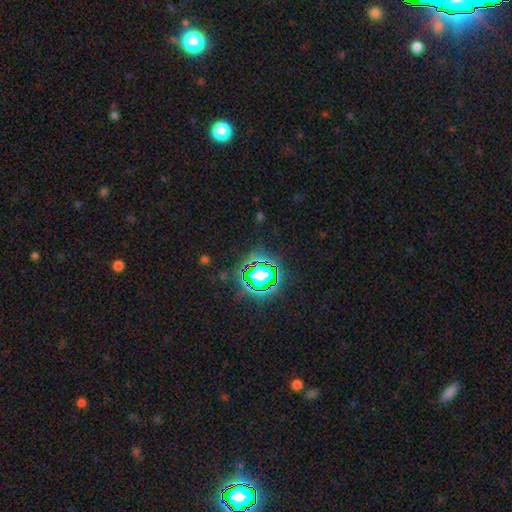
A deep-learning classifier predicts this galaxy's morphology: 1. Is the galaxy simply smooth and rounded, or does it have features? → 79% star or artifact, 14% smooth, 7% featured or disk.